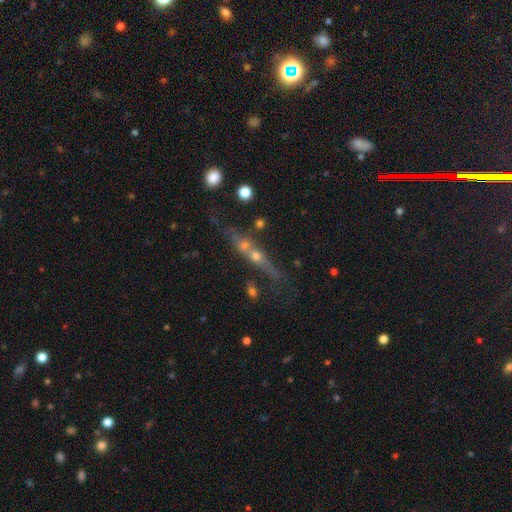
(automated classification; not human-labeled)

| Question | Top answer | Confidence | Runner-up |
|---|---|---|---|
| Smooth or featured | featured or disk | 53% | smooth (25%) |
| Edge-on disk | yes | 75% | no (25%) |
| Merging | none | 58% | merger (18%) |